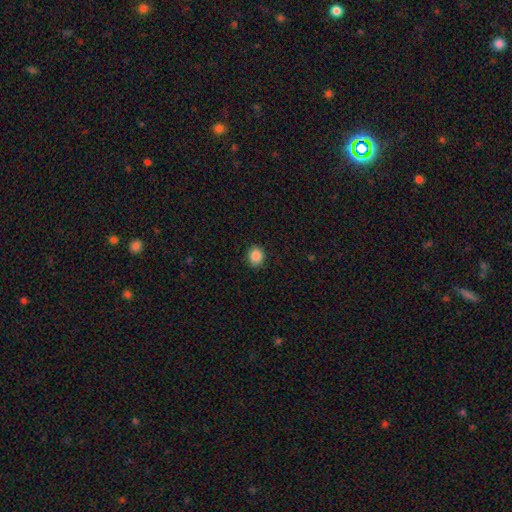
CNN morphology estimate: smooth_or_featured: smooth (p=0.87) [alt: star or artifact p=0.10]
how_rounded: round (p=0.74) [alt: in between p=0.25]
merging: none (p=0.89) [alt: minor disturbance p=0.08]